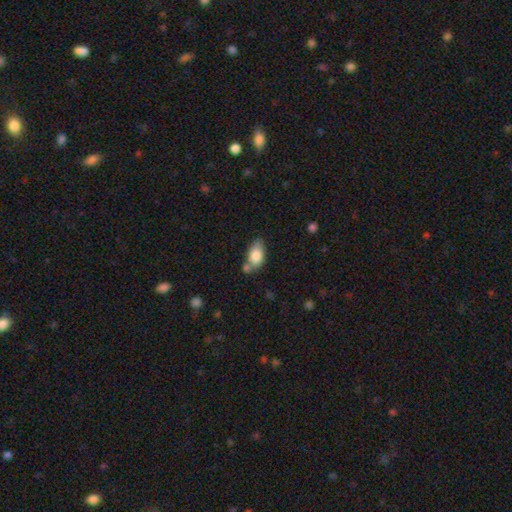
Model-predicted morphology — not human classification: Q: Smooth or featured?
A: smooth (82%); runner-up: featured or disk (11%)
Q: How rounded?
A: in between (90%); runner-up: round (7%)
Q: Merging?
A: none (52%); runner-up: merger (23%)